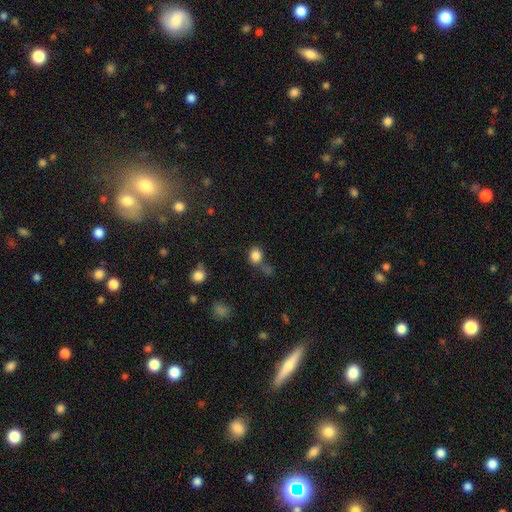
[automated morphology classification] smooth-or-featured: smooth: 84% | star or artifact: 12% | featured or disk: 5%
  how-rounded: round: 67% | in between: 32% | cigar-shaped: 1%
  merging: none: 63% | merger: 17% | minor disturbance: 14% | major disturbance: 6%